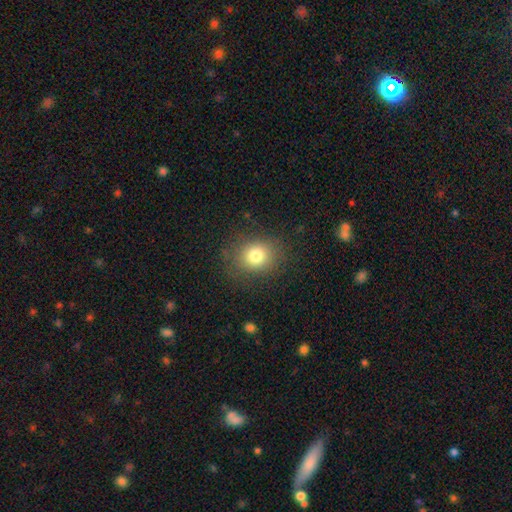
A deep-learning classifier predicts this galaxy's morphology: Smooth or featured? smooth (78%)
How rounded? round (66%)
Merging? none (83%)